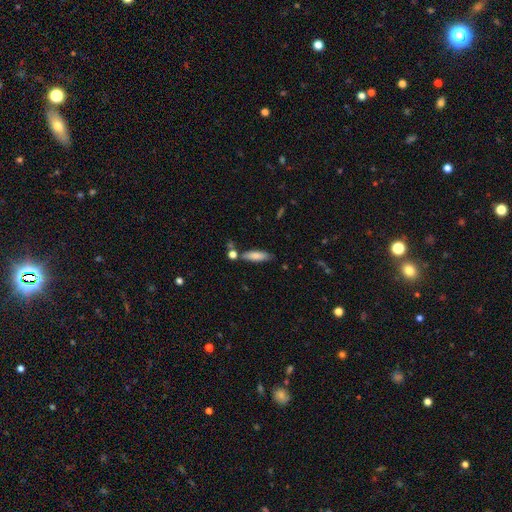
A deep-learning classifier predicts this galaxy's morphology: Overall: smooth (79%). How rounded: cigar-shaped (58%; in between 40%). Merging: none (72%).